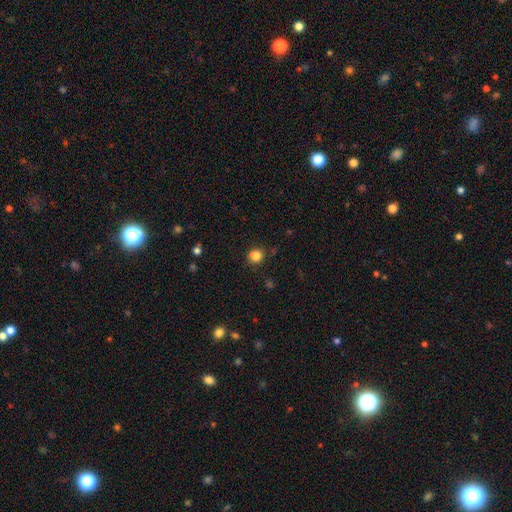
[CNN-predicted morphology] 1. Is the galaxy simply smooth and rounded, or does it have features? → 84% smooth, 12% star or artifact, 4% featured or disk.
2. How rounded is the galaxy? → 76% round, 23% in between, 1% cigar-shaped.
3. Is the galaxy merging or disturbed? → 79% none, 14% minor disturbance, 4% major disturbance, 3% merger.